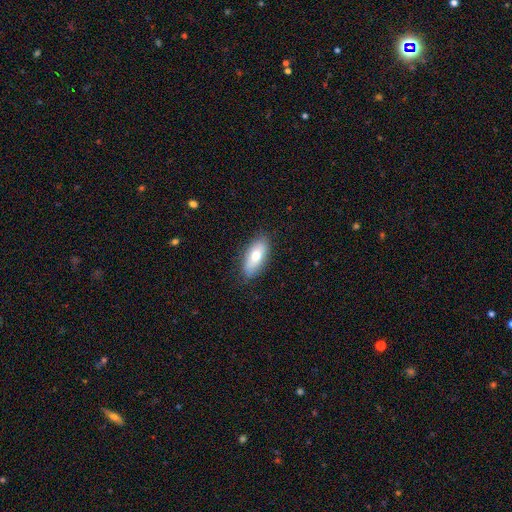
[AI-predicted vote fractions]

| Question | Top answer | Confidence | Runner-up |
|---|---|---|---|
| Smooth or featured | smooth | 72% | featured or disk (21%) |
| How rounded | in between | 86% | cigar-shaped (12%) |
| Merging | none | 84% | minor disturbance (12%) |